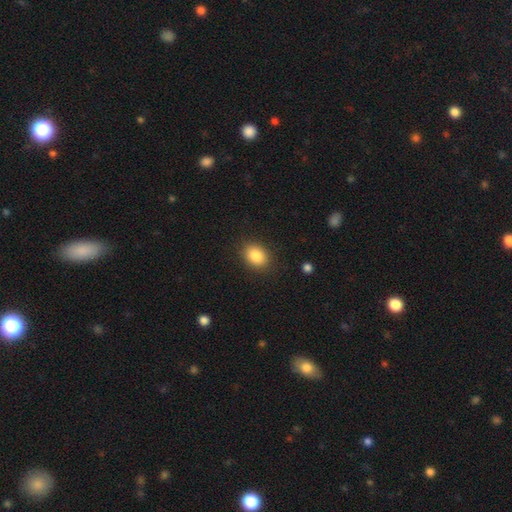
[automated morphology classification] This is clearly a smooth galaxy (86%). How rounded: likely in between (72%). Merging: clearly none (86%).